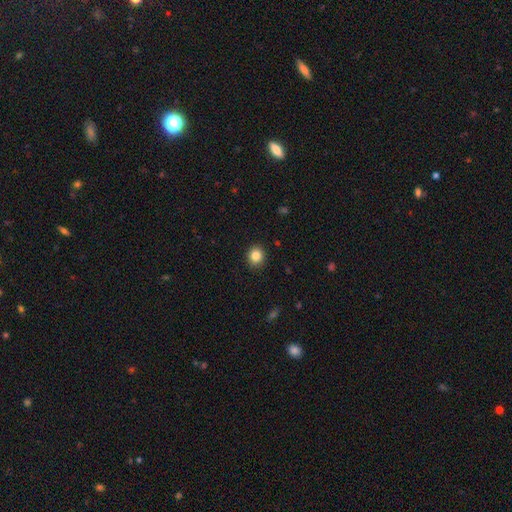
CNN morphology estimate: Overall: smooth (84%). How rounded: round (81%). Merging: none (91%).